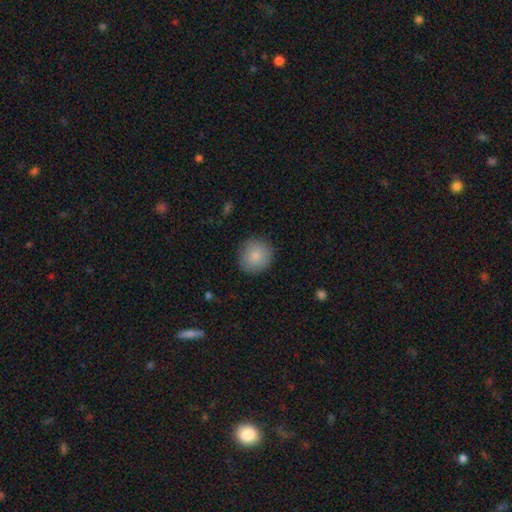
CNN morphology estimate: smooth 86%, star or artifact 8%, featured or disk 6%. Down the decision tree: how rounded — round (92%); merging — none (88%).